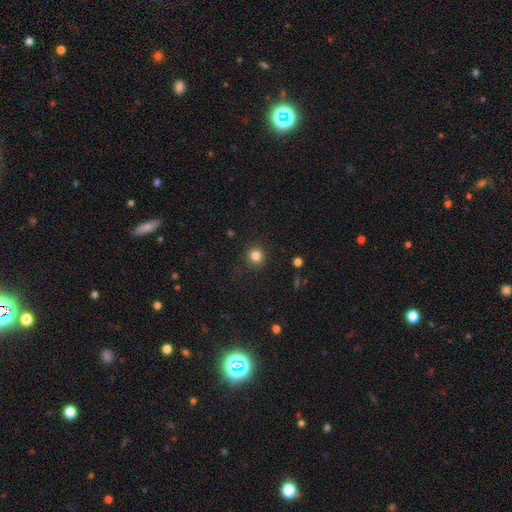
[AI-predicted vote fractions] A smooth galaxy with no disk features (83%) that is round (92%).

Vote fractions:
- Smooth or featured? smooth: 83% / star or artifact: 12% / featured or disk: 5%
- How rounded? round: 92% / in between: 7% / cigar-shaped: 1%
- Merging? none: 91% / minor disturbance: 6% / major disturbance: 2% / merger: 1%